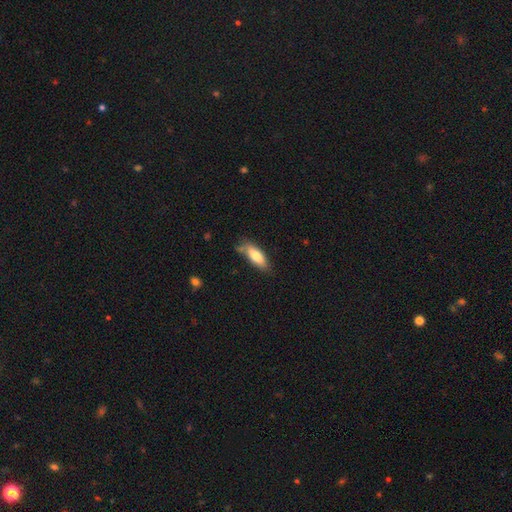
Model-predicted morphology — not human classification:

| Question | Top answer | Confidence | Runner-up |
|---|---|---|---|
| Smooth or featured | smooth | 76% | featured or disk (17%) |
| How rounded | in between | 67% | cigar-shaped (31%) |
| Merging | none | 68% | minor disturbance (24%) |